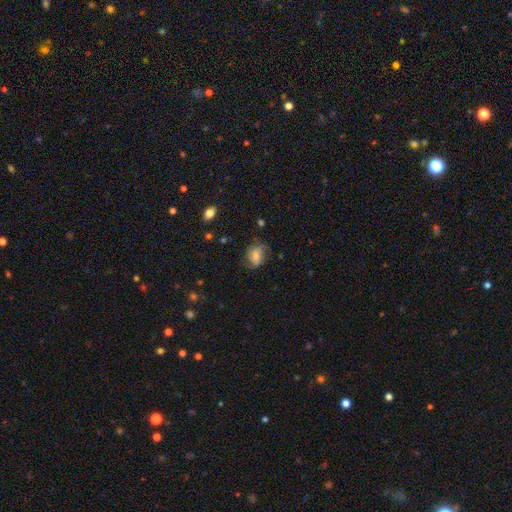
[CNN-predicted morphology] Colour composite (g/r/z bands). It shows a smooth galaxy with no disk features (60%) that is in between round and cigar-shaped (61%). Merging: none (59%).